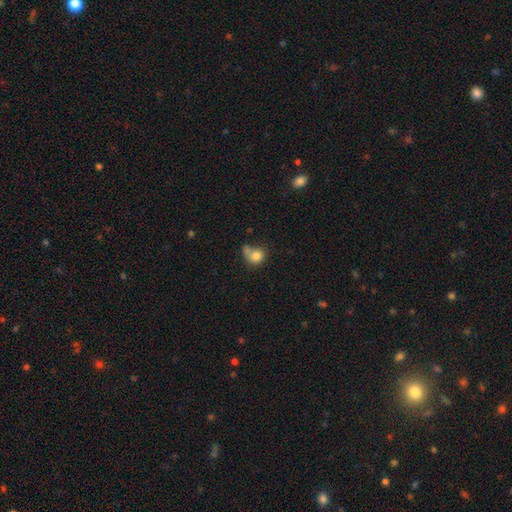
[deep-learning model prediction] The model was most divided on "merging": none: 33%, merger: 23%, major disturbance: 22%, minor disturbance: 22%. More confident: smooth or featured — smooth (78%); how rounded — round (66%).